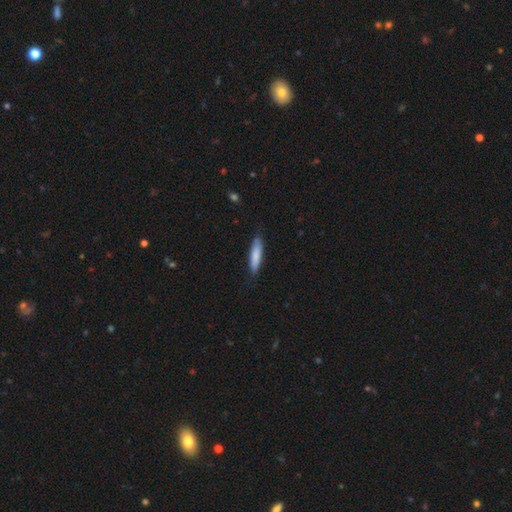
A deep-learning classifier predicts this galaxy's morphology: Overall: smooth (81%). How rounded: cigar-shaped (76%). Merging: none (78%).